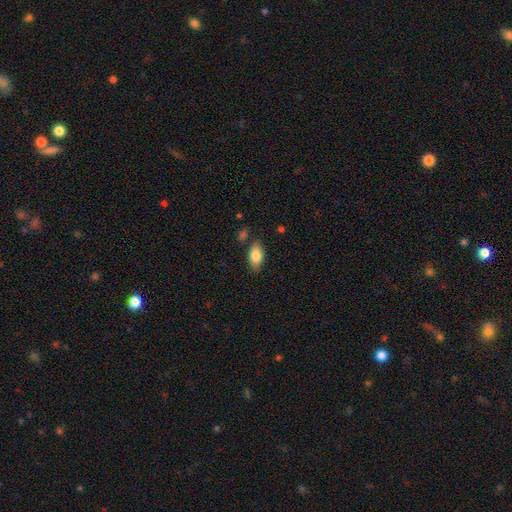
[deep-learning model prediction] Morphology: type=smooth (81%); roundness=in between (90%); merging=none (80%).